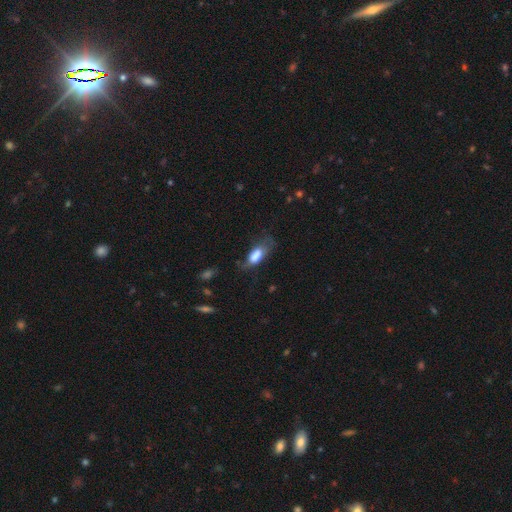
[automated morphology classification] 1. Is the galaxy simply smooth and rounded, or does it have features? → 72% smooth, 20% featured or disk, 8% star or artifact.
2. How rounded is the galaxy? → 78% in between, 19% cigar-shaped, 3% round.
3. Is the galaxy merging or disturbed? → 43% none, 30% minor disturbance, 24% major disturbance, 3% merger.